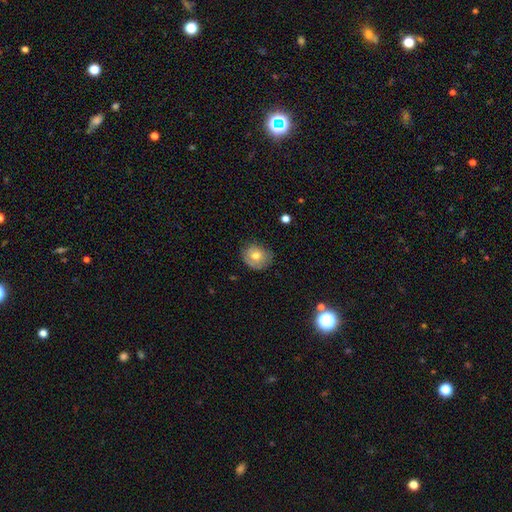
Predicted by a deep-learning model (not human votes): A smooth galaxy with no disk features (70%) that is round (74%).

Vote fractions:
- Smooth or featured? smooth: 70% / featured or disk: 21% / star or artifact: 10%
- How rounded? round: 74% / in between: 25% / cigar-shaped: 1%
- Merging? none: 73% / minor disturbance: 21% / major disturbance: 5% / merger: 1%